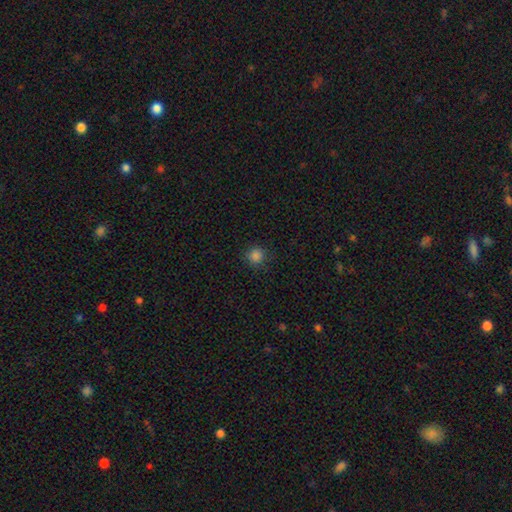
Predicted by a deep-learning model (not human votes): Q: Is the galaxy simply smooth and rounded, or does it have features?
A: smooth — 84%.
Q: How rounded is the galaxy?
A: round — 94%.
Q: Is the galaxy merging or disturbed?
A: none — 89%.